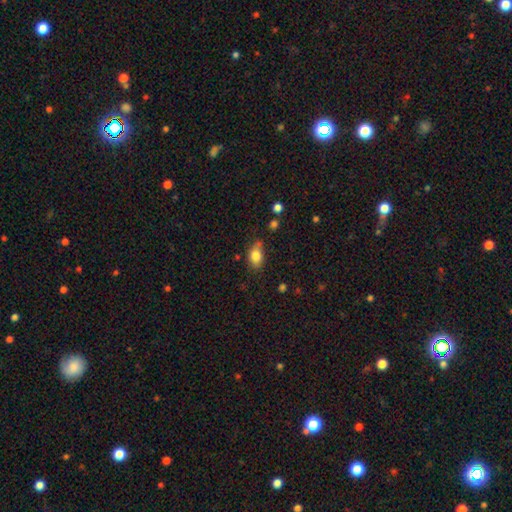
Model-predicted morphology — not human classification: smooth-or-featured: smooth: 80% | featured or disk: 11% | star or artifact: 8%
  how-rounded: in between: 82% | round: 14% | cigar-shaped: 4%
  merging: none: 59% | minor disturbance: 30% | major disturbance: 7% | merger: 4%